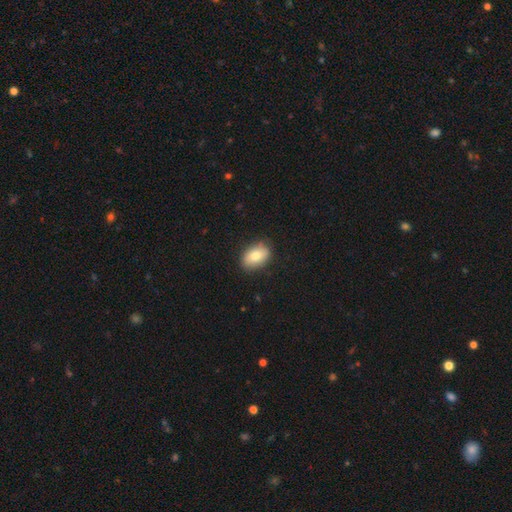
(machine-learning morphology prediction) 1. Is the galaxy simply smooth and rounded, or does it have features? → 79% smooth, 14% featured or disk, 7% star or artifact.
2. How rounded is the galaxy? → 86% in between, 13% round, 1% cigar-shaped.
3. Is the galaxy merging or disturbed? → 85% none, 11% minor disturbance, 2% major disturbance, 1% merger.